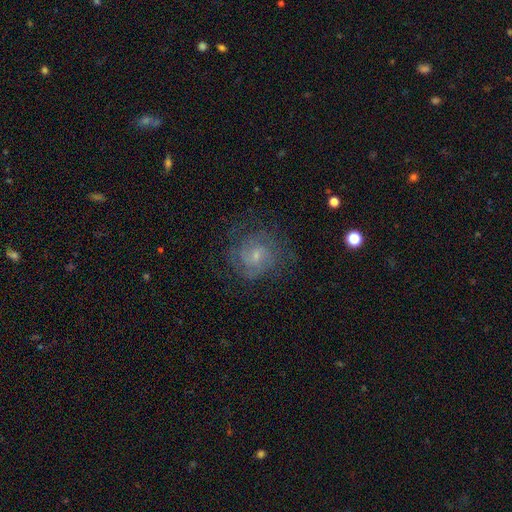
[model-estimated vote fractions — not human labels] A featured or disk galaxy (67%) with no bar (59%), tight (51%) spiral arms (87%) and a small central bulge (71%). Merging: none (70%).